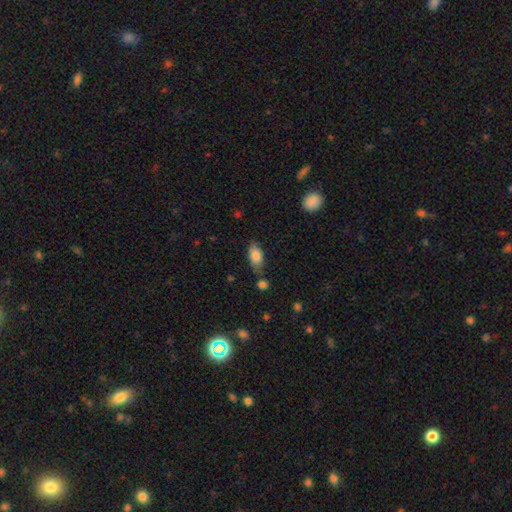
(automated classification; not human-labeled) The model was most divided on "merging": none: 71%, minor disturbance: 19%, merger: 6%, major disturbance: 4%. More confident: how rounded — in between (90%); smooth or featured — smooth (83%).